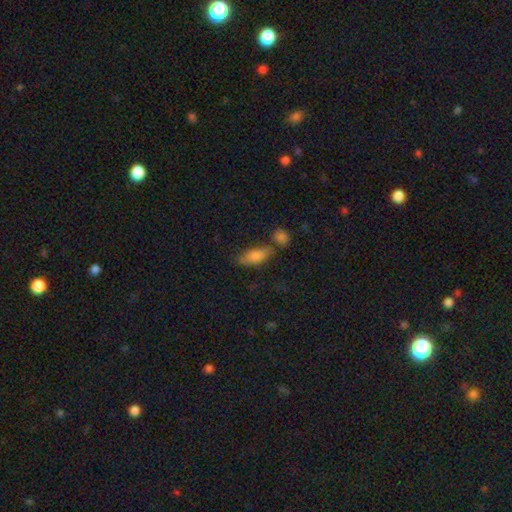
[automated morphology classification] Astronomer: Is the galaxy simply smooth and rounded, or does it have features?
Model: smooth — 78%.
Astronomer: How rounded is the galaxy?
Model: in between — 72%.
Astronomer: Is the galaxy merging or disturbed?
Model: none — 61%.